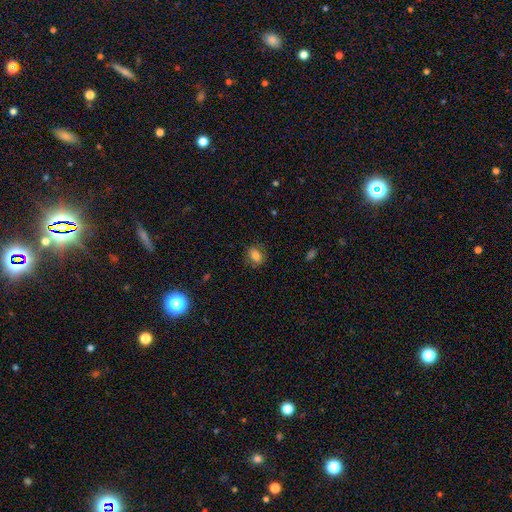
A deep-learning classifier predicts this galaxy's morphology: This is likely a smooth galaxy (77%). How rounded: likely in between (63%). Merging: clearly none (81%).